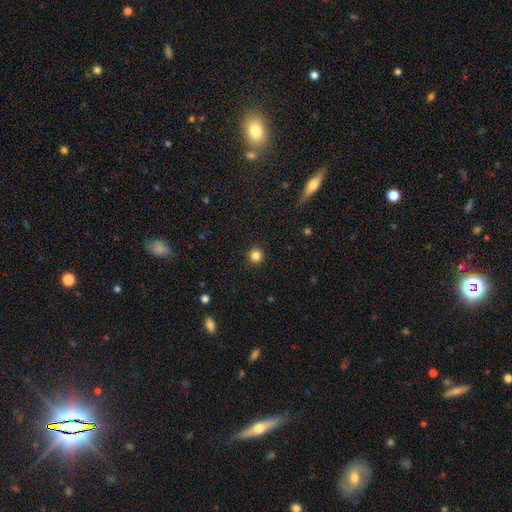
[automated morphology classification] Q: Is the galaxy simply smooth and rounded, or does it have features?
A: smooth — 84%.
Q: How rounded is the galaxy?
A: round — 95%.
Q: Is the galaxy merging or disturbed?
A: none — 92%.